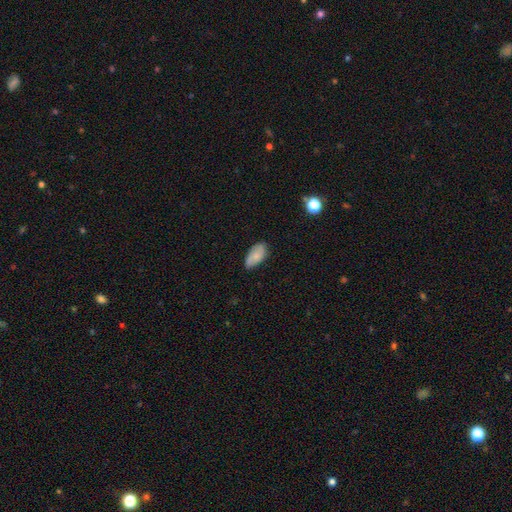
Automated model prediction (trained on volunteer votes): Smooth or featured: smooth — 76% (featured or disk — 17%)
How rounded: in between — 93% (cigar-shaped — 4%)
Merging: none — 70% (minor disturbance — 24%)